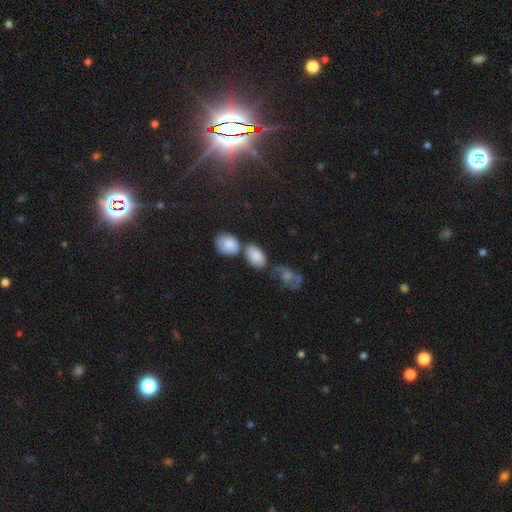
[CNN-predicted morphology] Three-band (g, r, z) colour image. It shows a smooth galaxy with no disk features (83%) that is in between round and cigar-shaped (87%). Merging: none (47%).